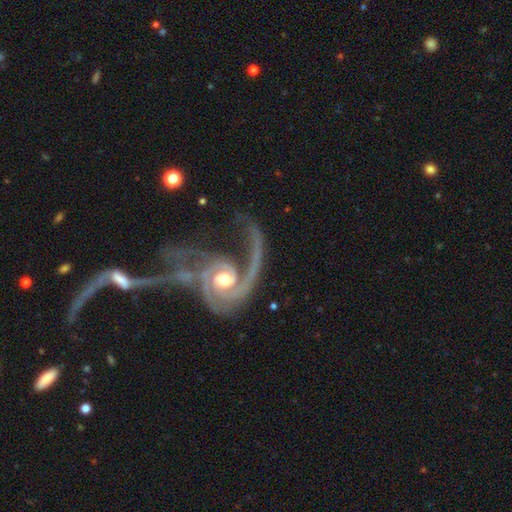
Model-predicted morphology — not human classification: A featured or disk galaxy (82%) with no bar (66%), 2 (42%) loose (54%) spiral arms (85%) and a moderate central bulge (60%).

Vote fractions:
- Smooth or featured? featured or disk: 82% / smooth: 9% / star or artifact: 9%
- Edge-on disk? no: 95% / yes: 5%
- Bar? no: 66% / weak: 24% / strong: 10%
- Spiral arms? yes: 85% / no: 15%
- Spiral winding? loose: 54% / medium: 30% / tight: 15%
- Spiral arm count? 2: 42% / 1: 28% / can't tell: 15% / 3: 7% / 4: 4% / more than 4: 4%
- Bulge size? moderate: 60% / small: 30% / large: 5% / none: 3% / dominant: 2%
- Merging? merger: 51% / major disturbance: 28% / none: 12% / minor disturbance: 8%